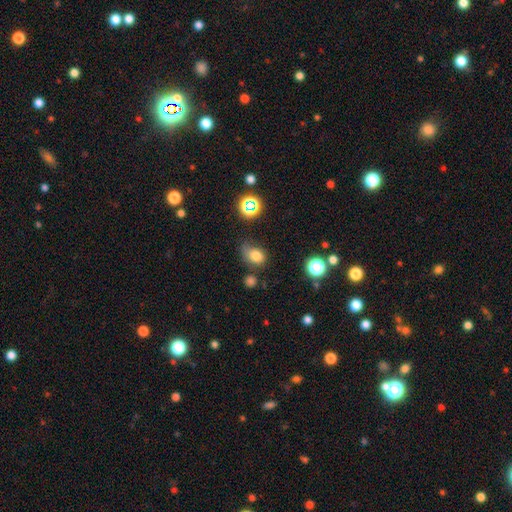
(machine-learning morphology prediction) A smooth galaxy with no disk features (76%) that is in between round and cigar-shaped (64%). Merging: none (52%).